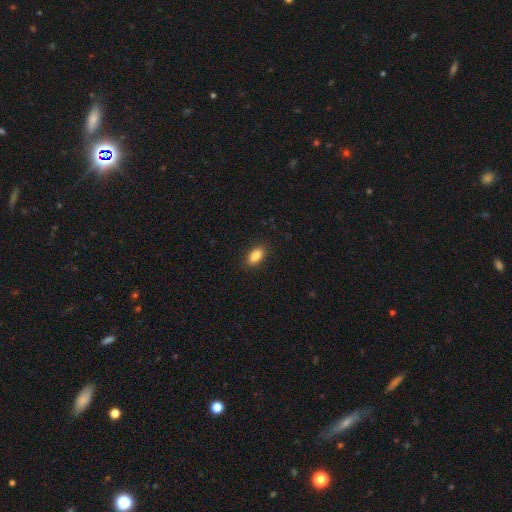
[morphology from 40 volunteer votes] Volunteers were most divided on "merging": none: 86%, minor disturbance: 11%, major disturbance: 3%, merger: 0%. More confident: smooth or featured — smooth (90%); how rounded — in between (89%).